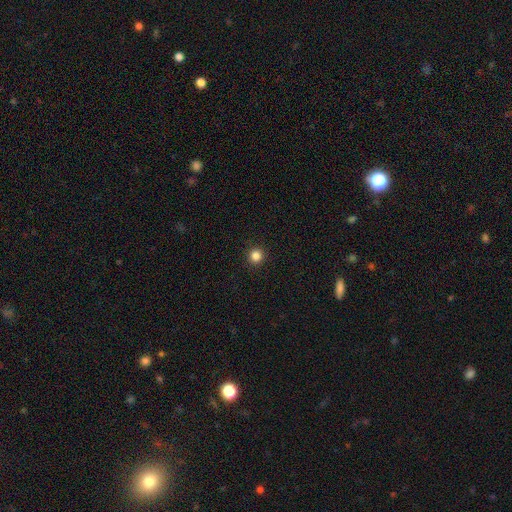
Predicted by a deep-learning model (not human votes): smooth 84%, star or artifact 12%, featured or disk 4%. Down the decision tree: how rounded — round (96%); merging — none (93%).